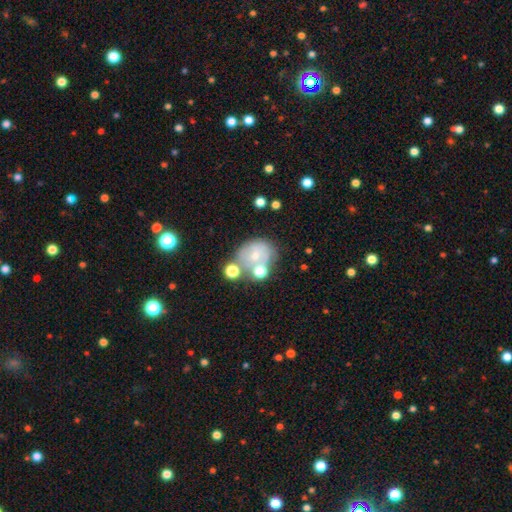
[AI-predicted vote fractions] This appears to be a smooth galaxy with no disk features (53%) that is round (65%). Merging: none (42%).